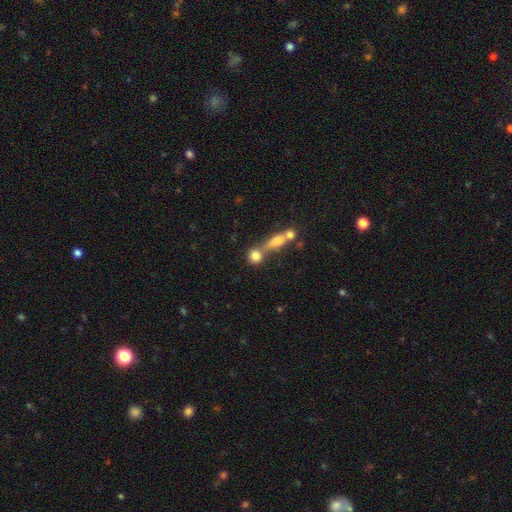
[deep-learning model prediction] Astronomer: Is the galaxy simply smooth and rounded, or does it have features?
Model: smooth — 78%.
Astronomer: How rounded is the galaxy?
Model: round — 73%.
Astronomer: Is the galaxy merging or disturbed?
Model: none — 45% (runner-up: merger, 40%).